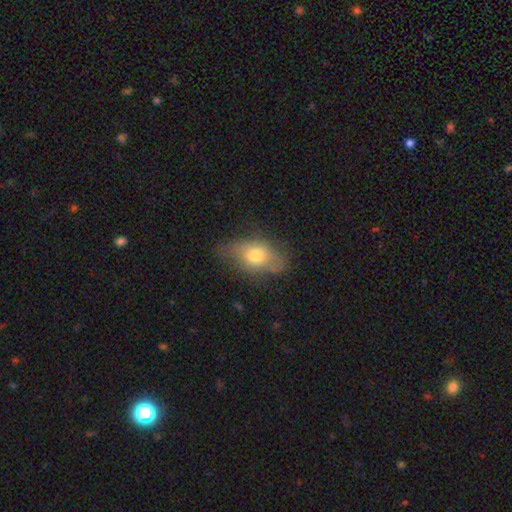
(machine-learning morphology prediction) type=smooth (68%); roundness=in between (84%); merging=none (56%).